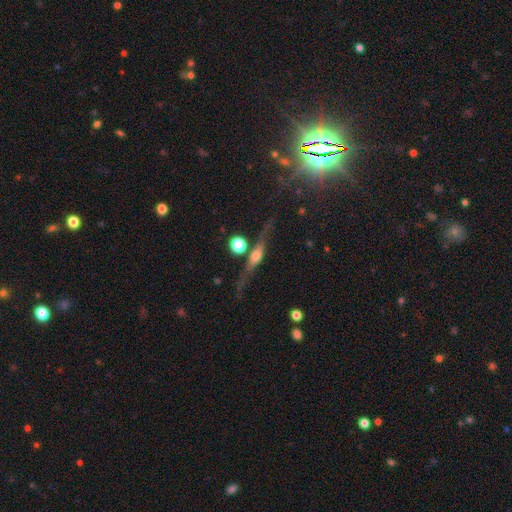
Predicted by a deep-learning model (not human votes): Q: Smooth or featured?
A: featured or disk (71%); runner-up: smooth (20%)
Q: Edge-on disk?
A: yes (89%); runner-up: no (11%)
Q: Edge-on bulge?
A: rounded (86%); runner-up: boxy (9%)
Q: Merging?
A: none (69%); runner-up: minor disturbance (17%)